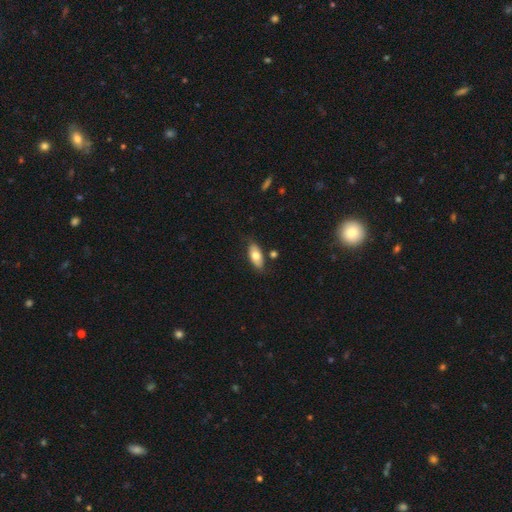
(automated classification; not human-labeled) A smooth galaxy with no disk features (71%) that is in between round and cigar-shaped (89%).

Vote fractions:
- Smooth or featured? smooth: 71% / featured or disk: 23% / star or artifact: 6%
- How rounded? in between: 89% / cigar-shaped: 8% / round: 3%
- Merging? none: 77% / minor disturbance: 15% / merger: 5% / major disturbance: 3%